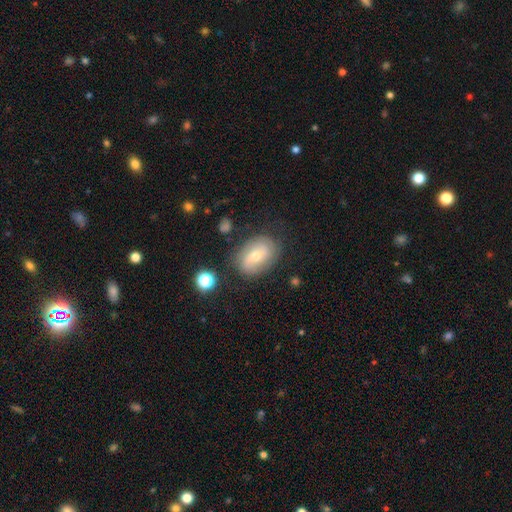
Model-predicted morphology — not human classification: The model was most divided on "smooth or featured": featured or disk: 52%, smooth: 40%, star or artifact: 9%. More confident: edge-on disk — no (94%); merging — none (74%).